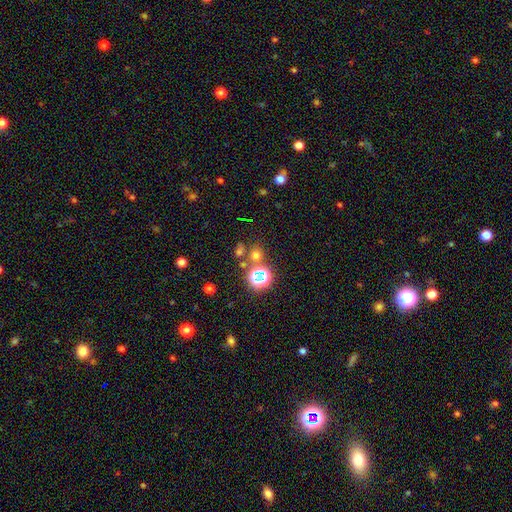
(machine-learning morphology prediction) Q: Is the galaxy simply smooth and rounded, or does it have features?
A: smooth — 53%.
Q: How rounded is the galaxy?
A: round — 84%.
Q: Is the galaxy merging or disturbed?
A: none — 70%.